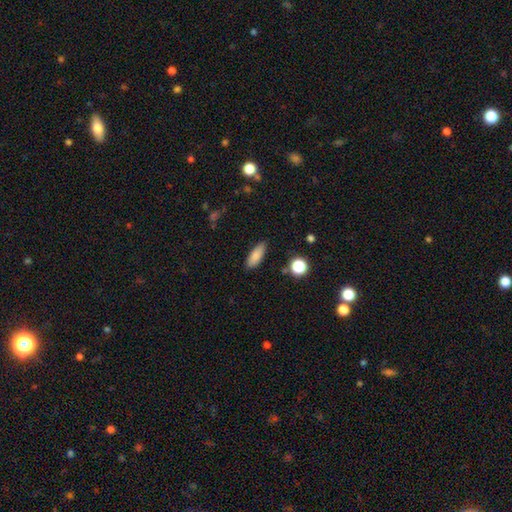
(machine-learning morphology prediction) Q: Smooth or featured?
A: smooth (84%); runner-up: star or artifact (9%)
Q: How rounded?
A: in between (67%); runner-up: cigar-shaped (30%)
Q: Merging?
A: none (85%); runner-up: minor disturbance (11%)